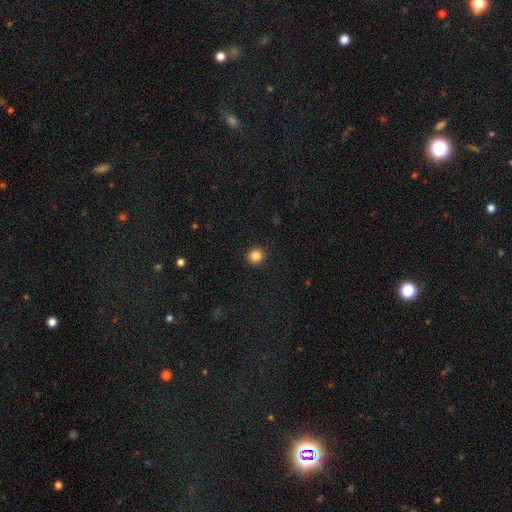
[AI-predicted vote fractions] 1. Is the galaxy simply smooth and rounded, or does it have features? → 87% smooth, 10% star or artifact, 3% featured or disk.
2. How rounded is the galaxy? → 87% round, 12% in between, 1% cigar-shaped.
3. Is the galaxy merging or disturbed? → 91% none, 6% minor disturbance, 2% major disturbance, 1% merger.